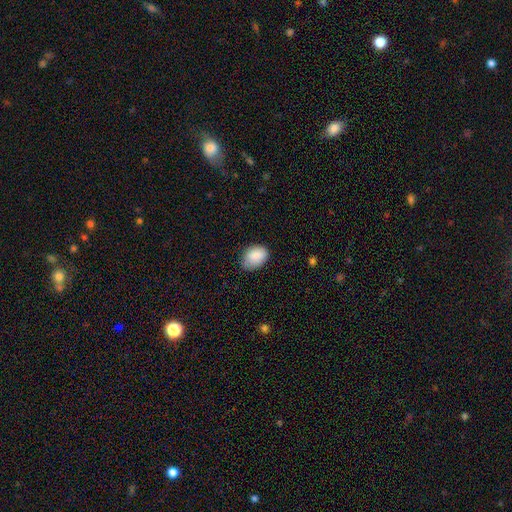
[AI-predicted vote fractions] Smooth or featured? Predicted: smooth (p=0.88). How rounded? Predicted: in between (p=0.81). Merging? Predicted: none (p=0.67).